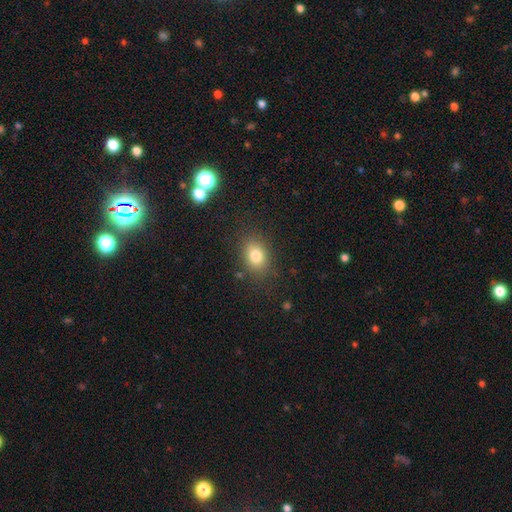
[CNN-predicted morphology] smooth_or_featured: smooth (p=0.79) [alt: star or artifact p=0.11]
how_rounded: in between (p=0.70) [alt: round p=0.28]
merging: none (p=0.82) [alt: minor disturbance p=0.12]